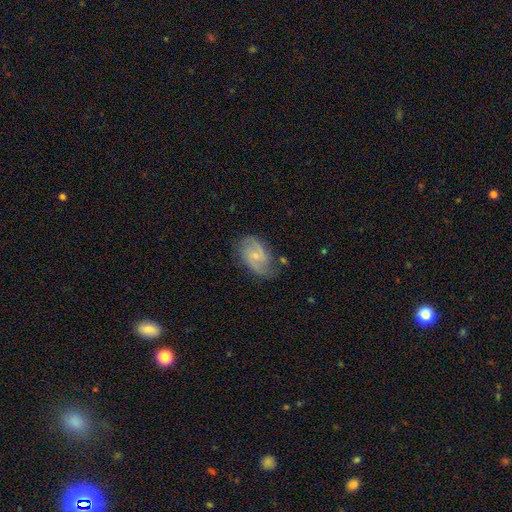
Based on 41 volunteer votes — A featured or disk galaxy (88%) with no bar (53%), 2 (90%) medium (71%) spiral arms (86%) and a small central bulge (64%).

Vote fractions:
- Smooth or featured? featured or disk: 88% / smooth: 7% / star or artifact: 5%
- Edge-on disk? no: 100% / yes: 0%
- Bar? no: 53% / weak: 39% / strong: 8%
- Spiral arms? yes: 86% / no: 14%
- Spiral winding? medium: 71% / loose: 29% / tight: 0%
- Spiral arm count? 2: 90% / can't tell: 6% / 1: 3% / 3: 0% / 4: 0% / more than 4: 0%
- Bulge size? small: 64% / moderate: 31% / large: 3% / none: 3% / dominant: 0%
- Merging? none: 69% / minor disturbance: 21% / merger: 8% / major disturbance: 3%